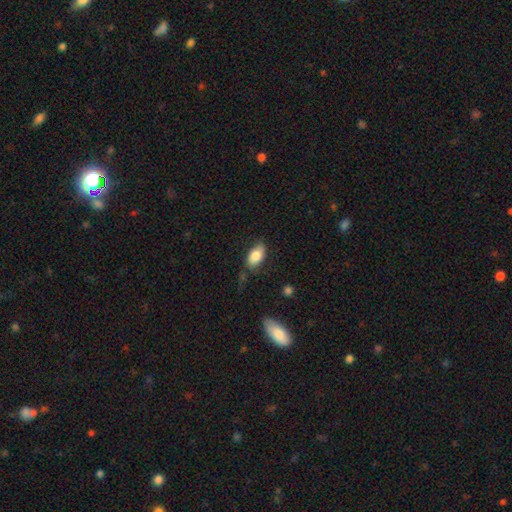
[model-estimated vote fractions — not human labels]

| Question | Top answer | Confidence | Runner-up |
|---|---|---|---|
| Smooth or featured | smooth | 81% | featured or disk (13%) |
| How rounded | in between | 92% | round (5%) |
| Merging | none | 72% | minor disturbance (20%) |